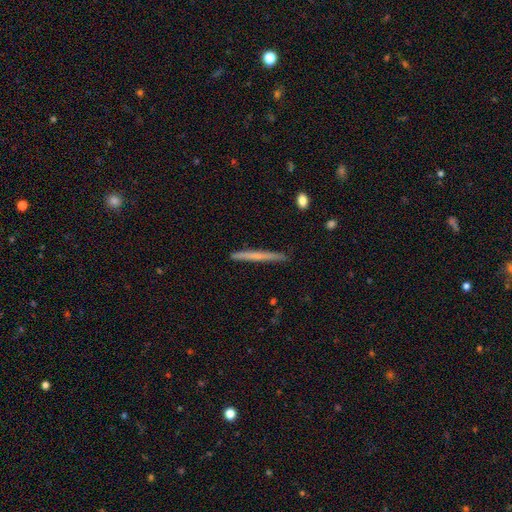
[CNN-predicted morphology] smooth_or_featured: smooth (p=0.51) [alt: featured or disk p=0.43]
how_rounded: cigar-shaped (p=0.97) [alt: in between p=0.02]
merging: none (p=0.90) [alt: minor disturbance p=0.07]